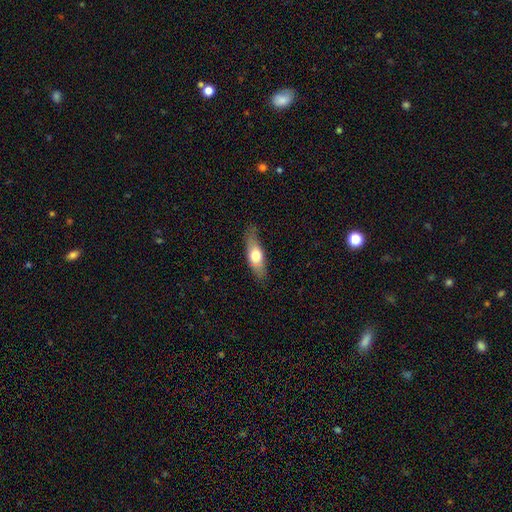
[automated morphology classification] Q: Smooth or featured?
A: smooth (61%); runner-up: featured or disk (33%)
Q: How rounded?
A: in between (57%); runner-up: cigar-shaped (40%)
Q: Merging?
A: none (77%); runner-up: minor disturbance (18%)